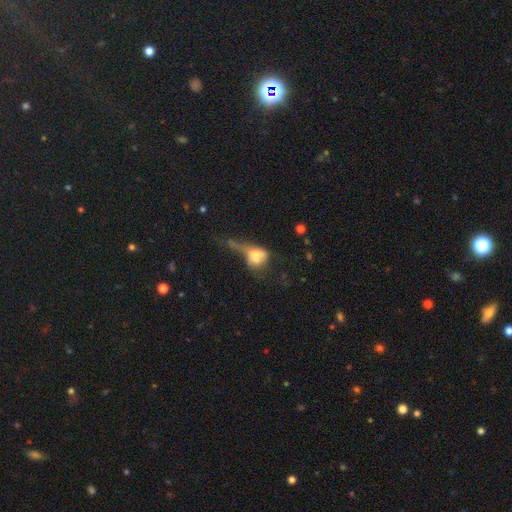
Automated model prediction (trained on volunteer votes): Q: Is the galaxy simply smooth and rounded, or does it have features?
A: smooth — 52%.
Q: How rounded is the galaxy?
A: in between — 62%.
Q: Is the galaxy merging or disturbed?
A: major disturbance — 39%.